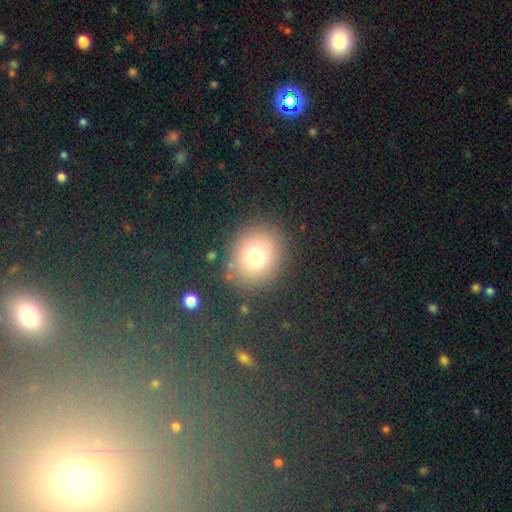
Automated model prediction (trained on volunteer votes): Overall: smooth (74%). How rounded: round (82%). Merging: none (84%).